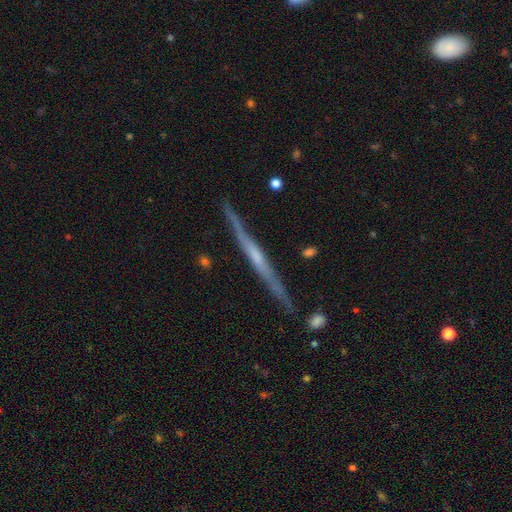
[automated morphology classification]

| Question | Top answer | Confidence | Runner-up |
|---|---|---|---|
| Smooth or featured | featured or disk | 81% | smooth (14%) |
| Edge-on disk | yes | 98% | no (2%) |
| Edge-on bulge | rounded | 49% | none (41%) |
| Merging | none | 89% | minor disturbance (8%) |